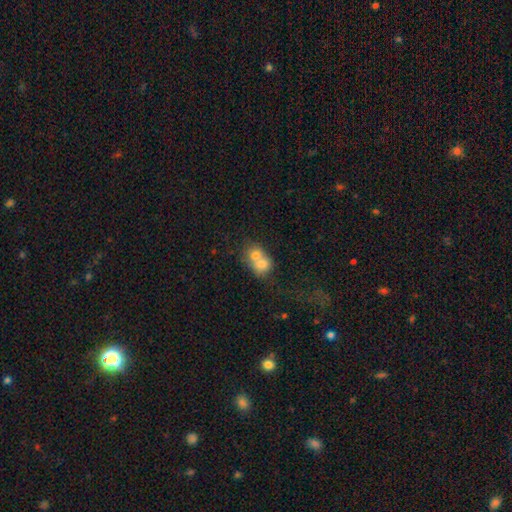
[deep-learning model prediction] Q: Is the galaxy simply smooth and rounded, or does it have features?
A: smooth — 67%.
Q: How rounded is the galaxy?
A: round — 64%.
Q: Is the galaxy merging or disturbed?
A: merger — 71%.